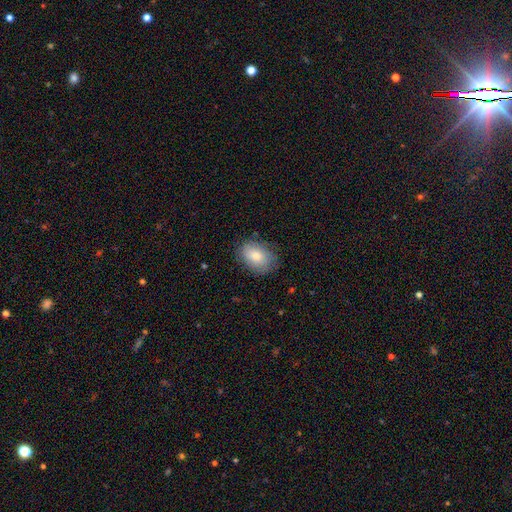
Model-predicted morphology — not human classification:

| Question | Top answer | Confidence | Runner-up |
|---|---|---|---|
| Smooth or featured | smooth | 79% | featured or disk (14%) |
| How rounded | in between | 80% | round (19%) |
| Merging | none | 77% | minor disturbance (18%) |